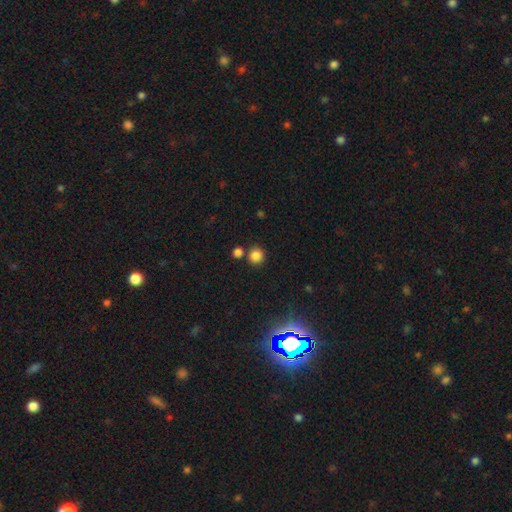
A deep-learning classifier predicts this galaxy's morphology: A smooth galaxy with no disk features (83%) that is round (89%). Merging: none (76%).